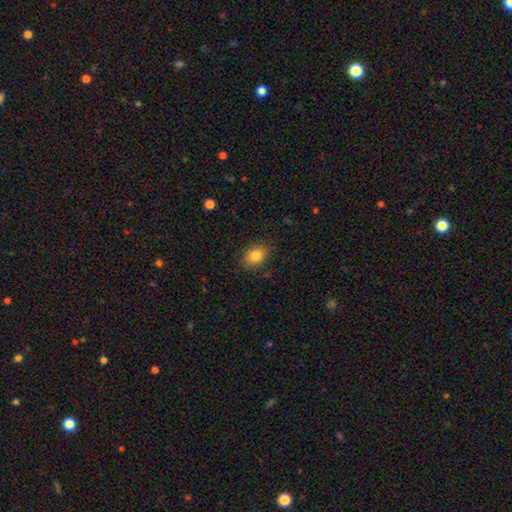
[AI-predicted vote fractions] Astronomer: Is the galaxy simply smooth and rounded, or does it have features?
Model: smooth — 84%.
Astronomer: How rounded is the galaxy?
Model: in between — 65%.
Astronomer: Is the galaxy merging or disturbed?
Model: none — 85%.